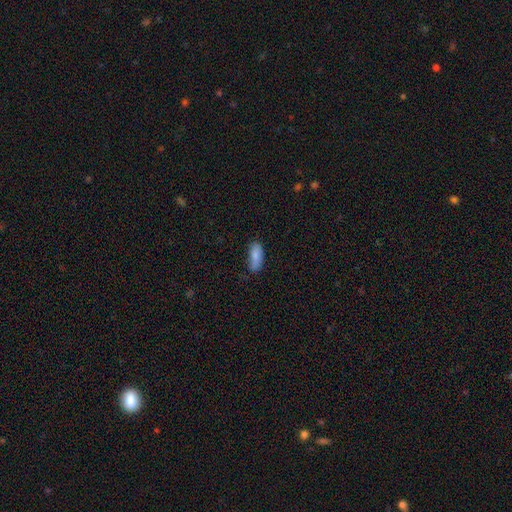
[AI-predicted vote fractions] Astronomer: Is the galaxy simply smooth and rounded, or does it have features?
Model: smooth — 85%.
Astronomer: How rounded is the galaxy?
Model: in between — 77%.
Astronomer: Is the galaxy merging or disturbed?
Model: none — 65%.